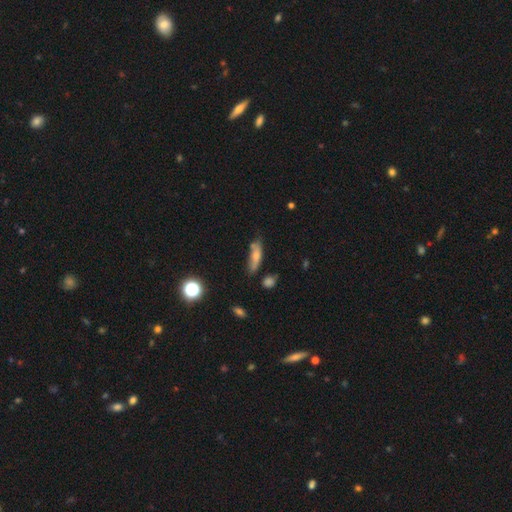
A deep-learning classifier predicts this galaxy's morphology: A smooth galaxy with no disk features (71%) that is cigar-shaped (53%).

Vote fractions:
- Smooth or featured? smooth: 71% / featured or disk: 20% / star or artifact: 9%
- How rounded? cigar-shaped: 53% / in between: 44% / round: 3%
- Merging? none: 59% / minor disturbance: 26% / merger: 8% / major disturbance: 7%